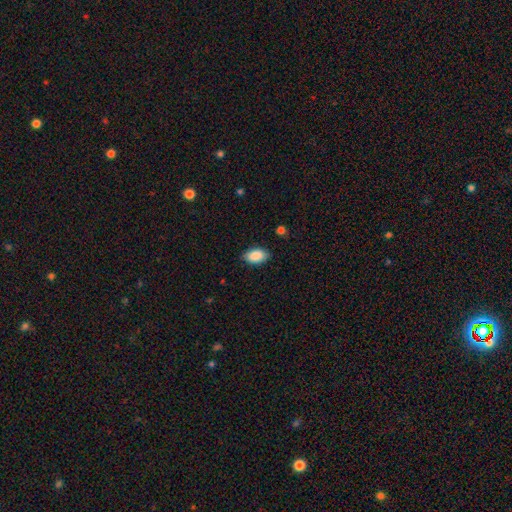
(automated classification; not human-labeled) Morphology: type=smooth (89%); roundness=in between (91%); merging=none (83%).